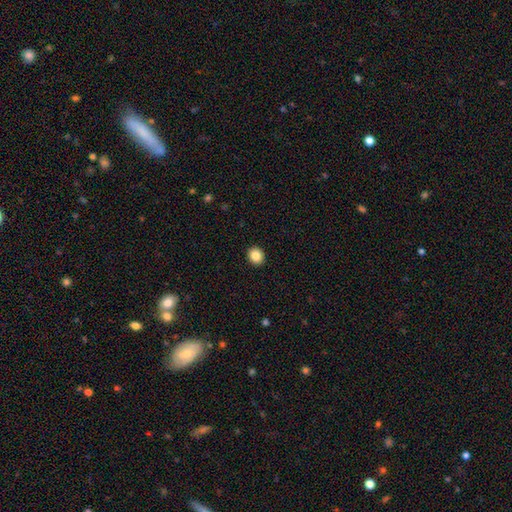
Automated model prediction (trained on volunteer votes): This appears to be a smooth galaxy with no disk features (85%) that is round (74%). Merging: none (93%).